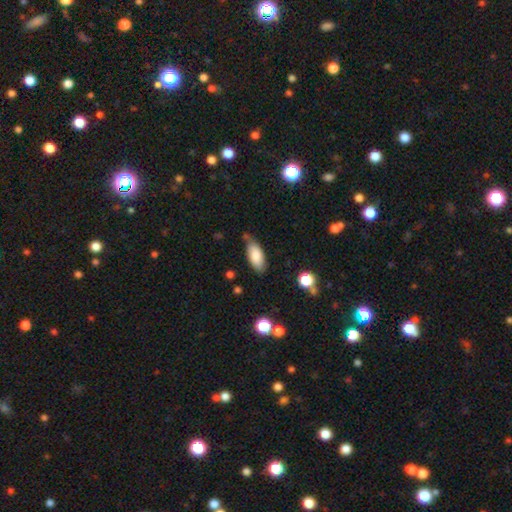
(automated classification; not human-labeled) smooth_or_featured: smooth (p=0.83) [alt: featured or disk p=0.10]
how_rounded: in between (p=0.85) [alt: cigar-shaped p=0.13]
merging: none (p=0.70) [alt: minor disturbance p=0.21]